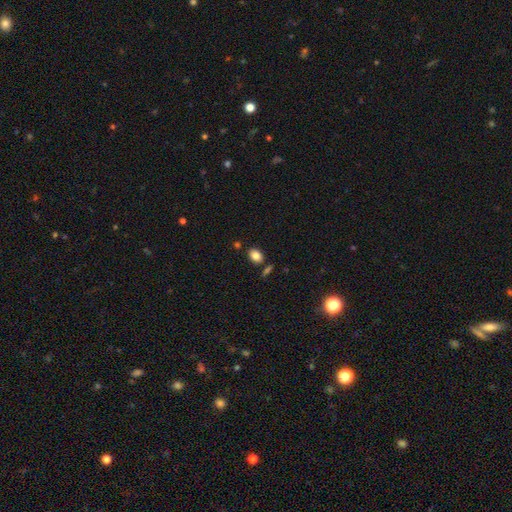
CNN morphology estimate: The model was most divided on "how rounded": in between: 73%, round: 26%, cigar-shaped: 1%. More confident: smooth or featured — smooth (83%); merging — none (79%).